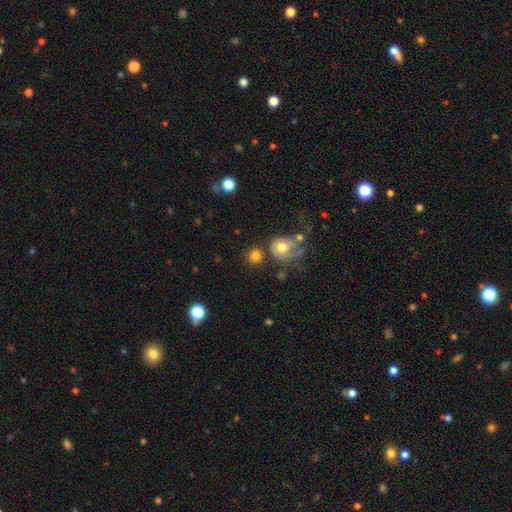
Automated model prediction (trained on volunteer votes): Smooth or featured? smooth (73%)
How rounded? round (80%)
Merging? none (54%)